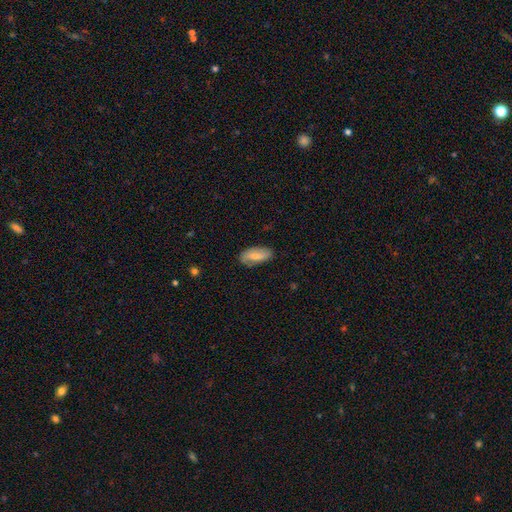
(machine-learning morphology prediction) A smooth galaxy with no disk features (65%) that is in between round and cigar-shaped (86%). Merging: none (77%).